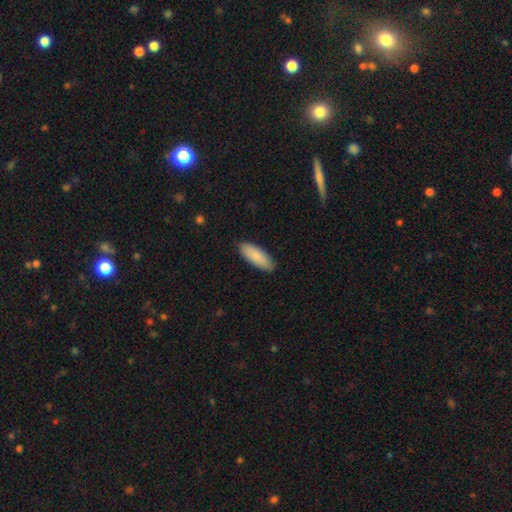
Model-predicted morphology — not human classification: Q: Smooth or featured?
A: smooth (88%); runner-up: featured or disk (7%)
Q: How rounded?
A: in between (68%); runner-up: cigar-shaped (30%)
Q: Merging?
A: none (88%); runner-up: minor disturbance (9%)